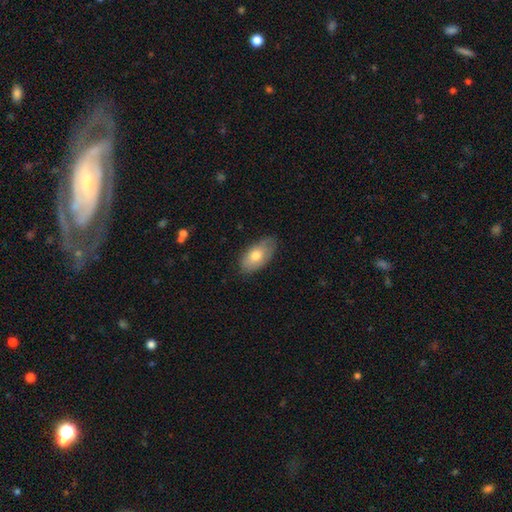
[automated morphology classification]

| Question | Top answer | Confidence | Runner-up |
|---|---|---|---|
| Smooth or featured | smooth | 71% | featured or disk (22%) |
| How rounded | in between | 93% | round (5%) |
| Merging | none | 73% | minor disturbance (22%) |